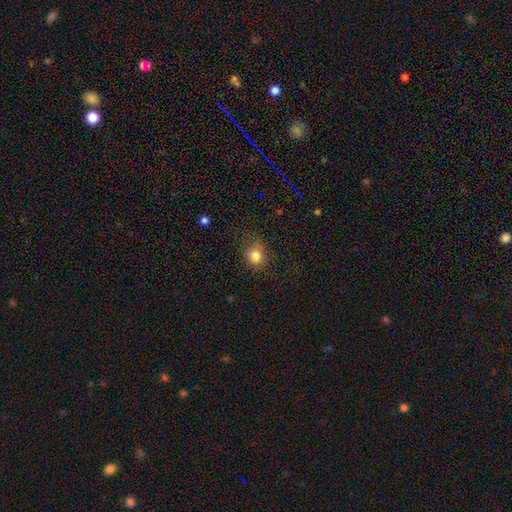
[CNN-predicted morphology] A smooth galaxy with no disk features (82%) that is round (74%).

Vote fractions:
- Smooth or featured? smooth: 82% / star or artifact: 12% / featured or disk: 6%
- How rounded? round: 74% / in between: 26% / cigar-shaped: 1%
- Merging? none: 73% / minor disturbance: 18% / major disturbance: 7% / merger: 1%